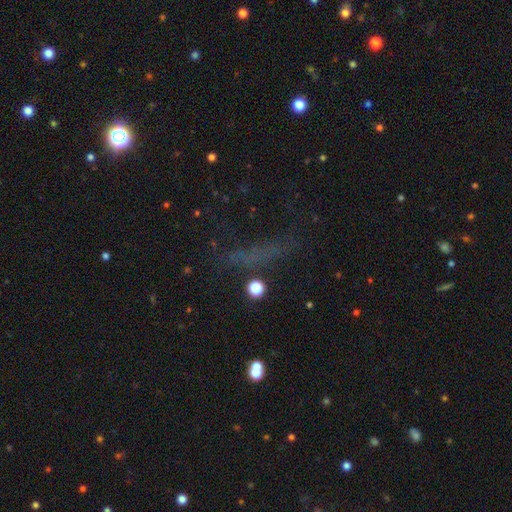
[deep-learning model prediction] star or artifact 43%, smooth 36%, featured or disk 20%.